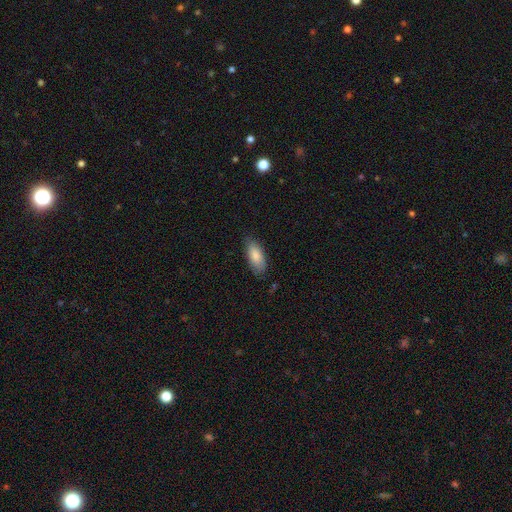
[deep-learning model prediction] Smooth or featured?
  - smooth: 84% *
  - featured or disk: 10%
  - star or artifact: 6%
How rounded?
  - in between: 86% *
  - cigar-shaped: 12%
  - round: 2%
Merging?
  - none: 80% *
  - minor disturbance: 16%
  - major disturbance: 3%
  - merger: 1%